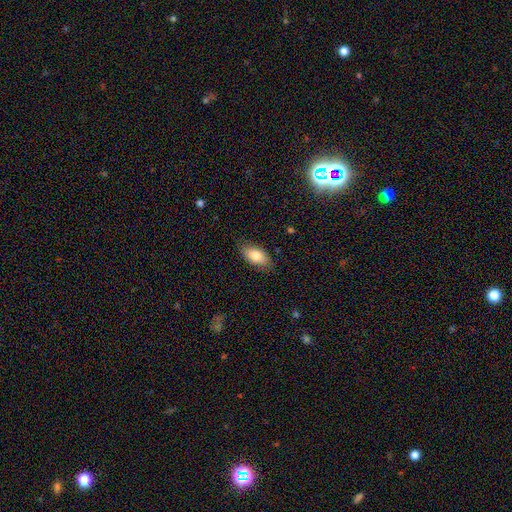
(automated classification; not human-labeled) smooth 82%, featured or disk 12%, star or artifact 7%. Down the decision tree: how rounded — in between (91%); merging — none (79%).